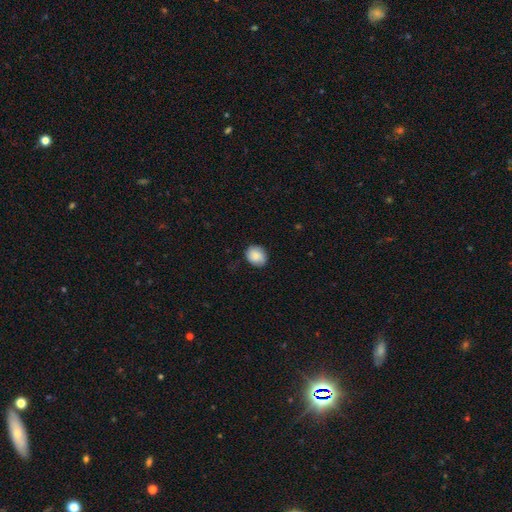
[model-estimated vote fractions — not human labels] This is clearly a smooth galaxy (84%). How rounded: possibly round (58%). Merging: likely none (79%).